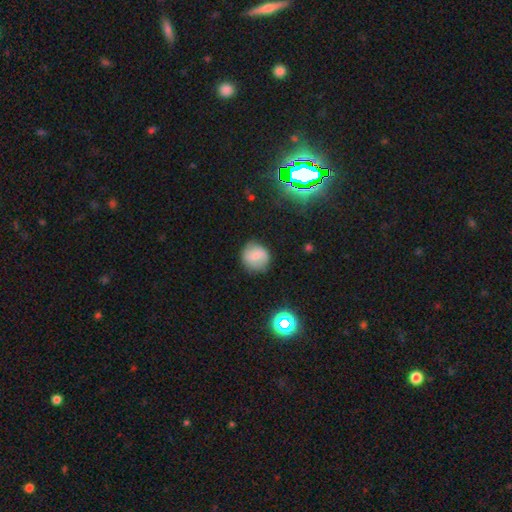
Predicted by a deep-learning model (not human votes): smooth 56%, featured or disk 34%, star or artifact 10%. Down the decision tree: how rounded — round (87%); merging — none (79%).